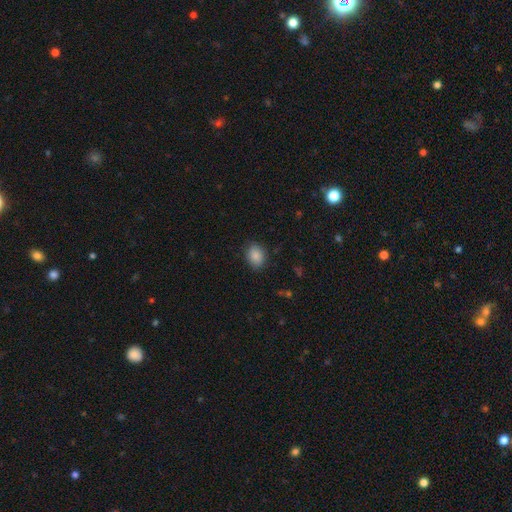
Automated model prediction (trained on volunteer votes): smooth 87%, star or artifact 9%, featured or disk 5%. Down the decision tree: how rounded — in between (64%); merging — none (86%).